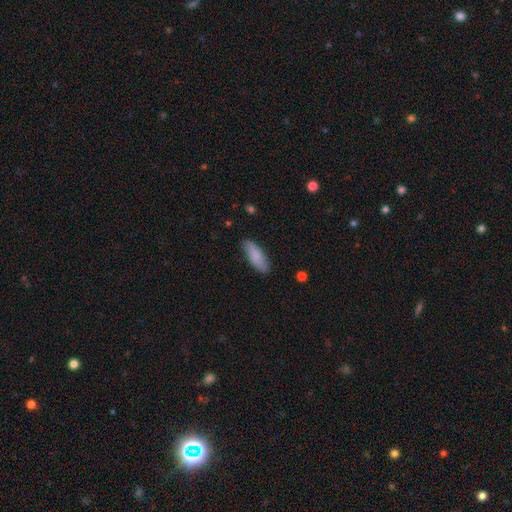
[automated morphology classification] smooth-or-featured: smooth: 84% | featured or disk: 11% | star or artifact: 6%
  how-rounded: in between: 66% | cigar-shaped: 32% | round: 2%
  merging: none: 83% | minor disturbance: 14% | major disturbance: 3% | merger: 1%